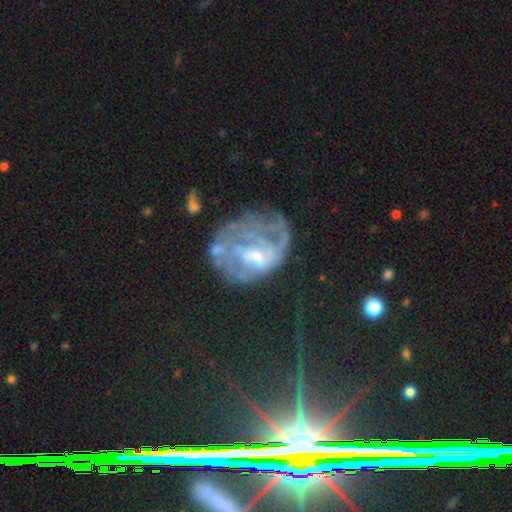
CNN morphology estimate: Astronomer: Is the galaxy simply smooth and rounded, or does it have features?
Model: featured or disk — 65%.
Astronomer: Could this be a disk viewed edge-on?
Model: no — 98%.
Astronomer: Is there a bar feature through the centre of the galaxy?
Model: no — 57% (runner-up: weak, 34%).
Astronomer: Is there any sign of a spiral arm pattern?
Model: no — 51% (runner-up: yes, 49%).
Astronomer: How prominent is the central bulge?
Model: small — 37% (runner-up: moderate, 36%).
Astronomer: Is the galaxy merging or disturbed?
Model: major disturbance — 37% (runner-up: none, 36%).